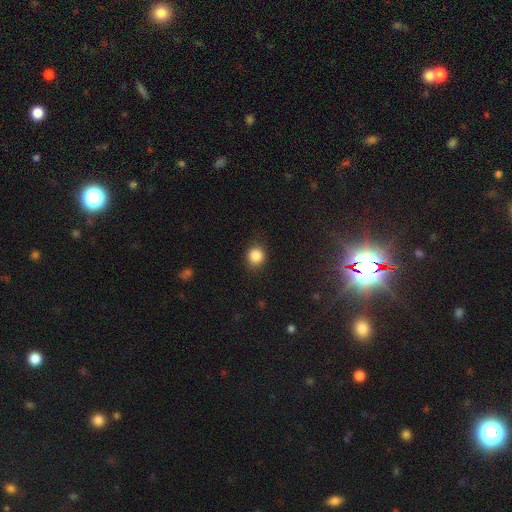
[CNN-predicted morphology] smooth 86%, star or artifact 10%, featured or disk 4%. Down the decision tree: how rounded — round (87%); merging — none (84%).